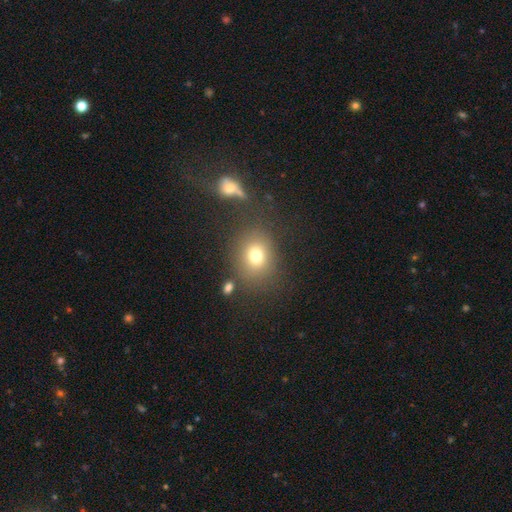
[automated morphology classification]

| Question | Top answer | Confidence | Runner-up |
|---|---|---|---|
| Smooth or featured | smooth | 74% | star or artifact (14%) |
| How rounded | round | 59% | in between (39%) |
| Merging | none | 73% | minor disturbance (12%) |